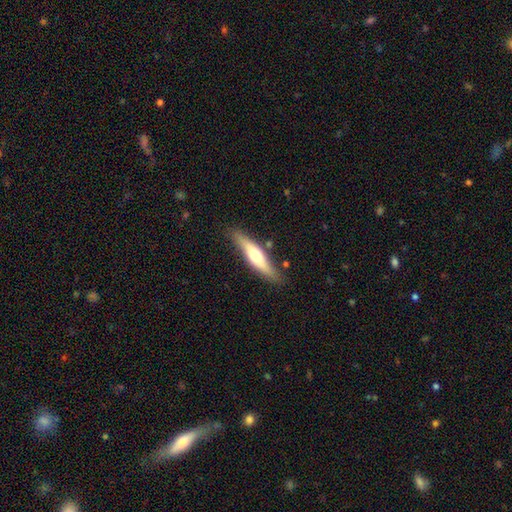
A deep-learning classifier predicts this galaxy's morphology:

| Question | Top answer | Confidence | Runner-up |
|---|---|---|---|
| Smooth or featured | featured or disk | 51% | smooth (44%) |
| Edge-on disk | yes | 87% | no (13%) |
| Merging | none | 81% | minor disturbance (13%) |